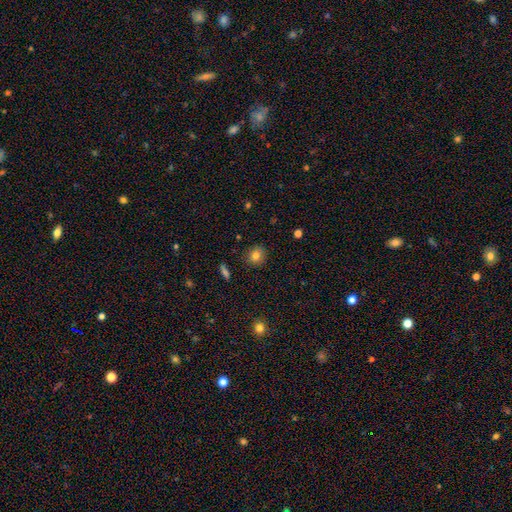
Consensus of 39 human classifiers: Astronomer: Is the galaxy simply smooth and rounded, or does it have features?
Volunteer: smooth — 82%.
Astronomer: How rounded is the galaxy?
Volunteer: round — 100%.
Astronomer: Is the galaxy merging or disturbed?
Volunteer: none — 83%.